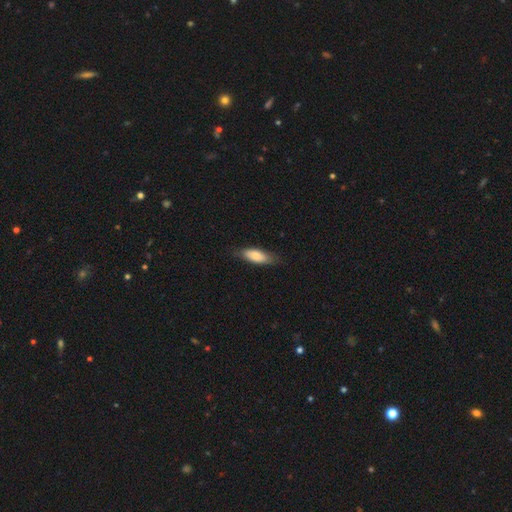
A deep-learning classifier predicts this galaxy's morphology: smooth-or-featured: smooth: 79% | featured or disk: 15% | star or artifact: 6%
  how-rounded: in between: 68% | cigar-shaped: 29% | round: 2%
  merging: none: 77% | minor disturbance: 19% | major disturbance: 4% | merger: 1%